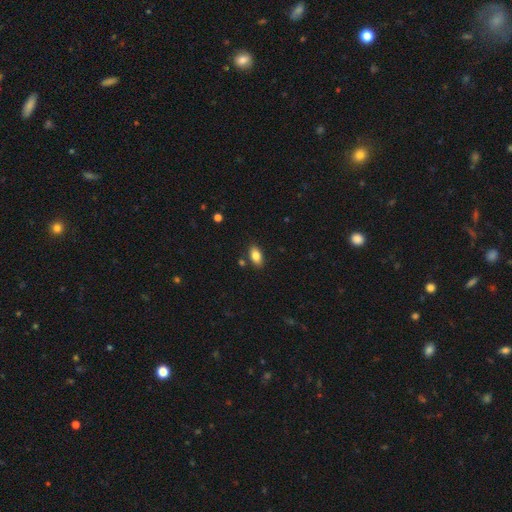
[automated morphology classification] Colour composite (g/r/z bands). It shows a smooth galaxy with no disk features (84%) that is in between round and cigar-shaped (92%). Merging: none (84%).